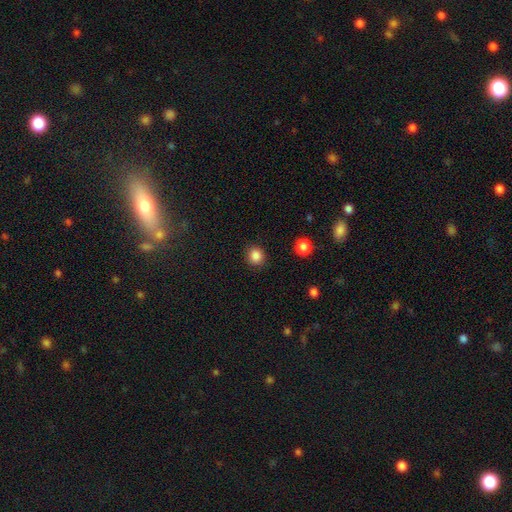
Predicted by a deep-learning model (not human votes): Morphology: type=smooth (85%); roundness=round (85%); merging=none (89%).